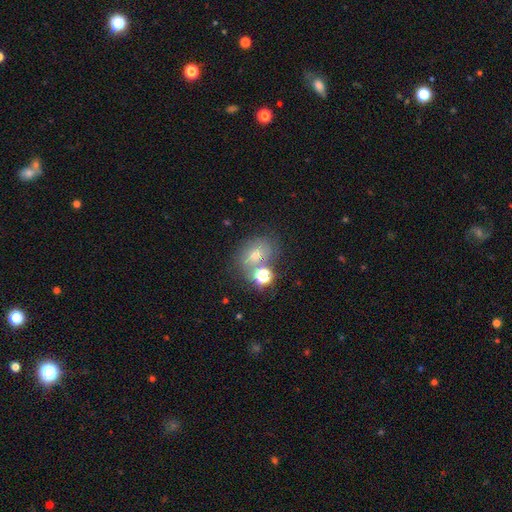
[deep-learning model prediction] smooth 57%, star or artifact 23%, featured or disk 19%. Down the decision tree: how rounded — in between (51%); merging — none (51%).